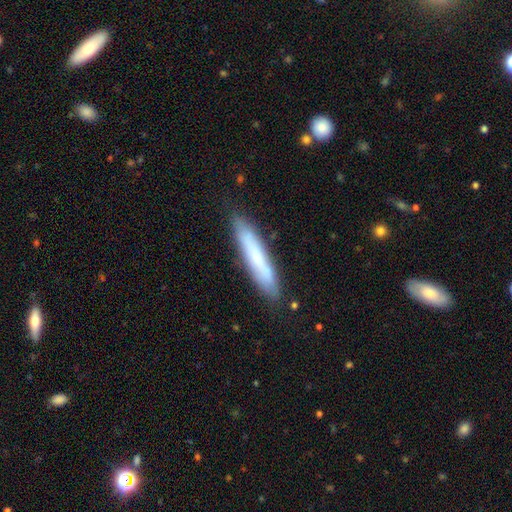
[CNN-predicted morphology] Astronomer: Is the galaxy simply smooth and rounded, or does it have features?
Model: smooth — 66%.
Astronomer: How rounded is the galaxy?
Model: cigar-shaped — 90%.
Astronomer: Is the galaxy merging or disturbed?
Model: none — 84%.